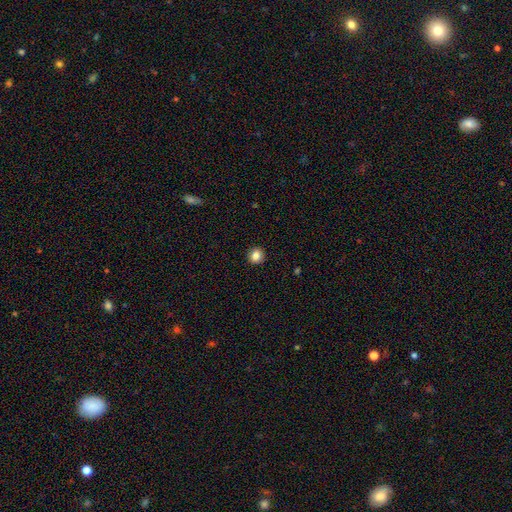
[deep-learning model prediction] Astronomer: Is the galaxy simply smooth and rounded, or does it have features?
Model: smooth — 84%.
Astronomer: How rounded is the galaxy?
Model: round — 89%.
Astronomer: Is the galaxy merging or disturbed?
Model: none — 92%.